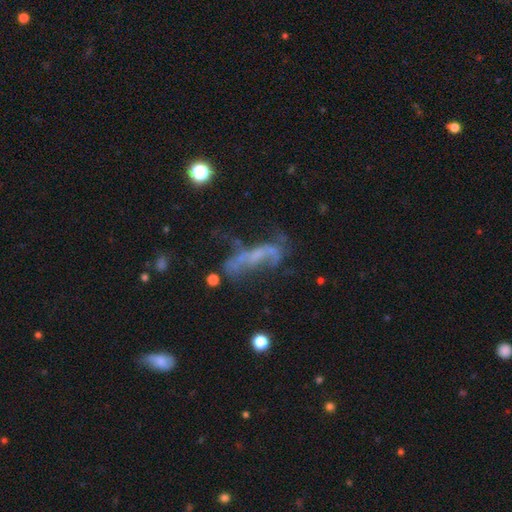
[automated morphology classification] This appears to be a featured or disk galaxy (54%). Merging: major disturbance (35%).